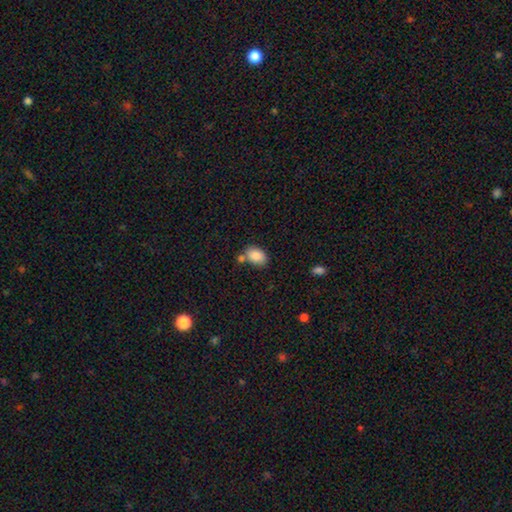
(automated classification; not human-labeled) Morphology: type=smooth (87%); roundness=in between (83%); merging=none (62%).